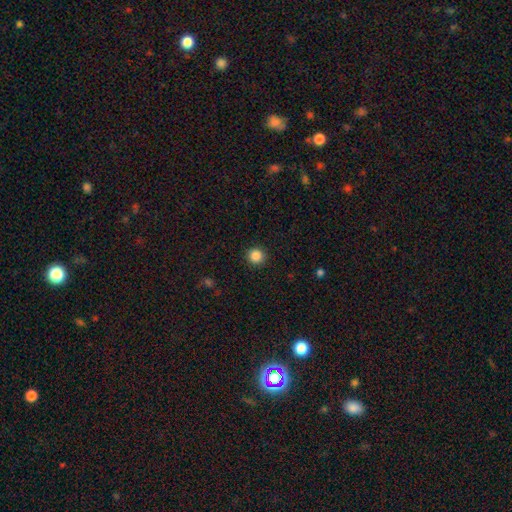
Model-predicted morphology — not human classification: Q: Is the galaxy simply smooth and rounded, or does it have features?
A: smooth — 86%.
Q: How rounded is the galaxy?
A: round — 95%.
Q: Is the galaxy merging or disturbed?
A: none — 92%.